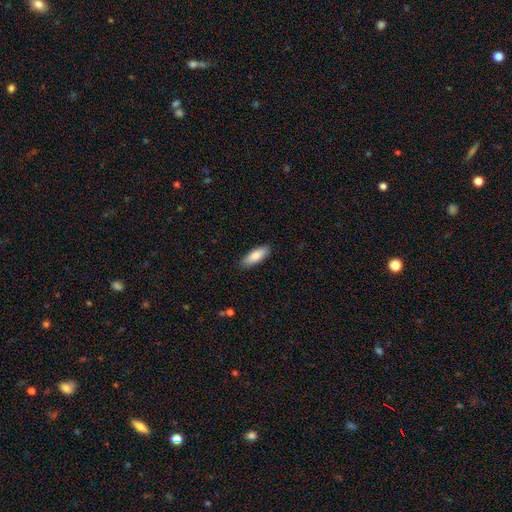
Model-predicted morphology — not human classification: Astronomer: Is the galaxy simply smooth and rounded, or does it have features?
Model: smooth — 83%.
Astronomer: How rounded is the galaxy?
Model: in between — 68%.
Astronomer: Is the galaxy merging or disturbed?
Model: none — 88%.